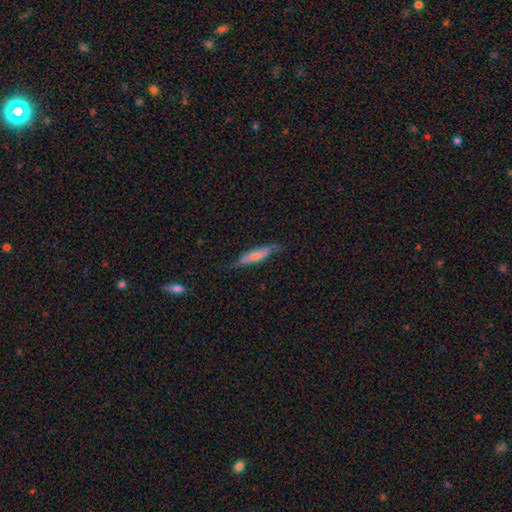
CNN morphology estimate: Smooth or featured: smooth — 62% (featured or disk — 32%)
How rounded: cigar-shaped — 83% (in between — 16%)
Merging: none — 73% (minor disturbance — 21%)